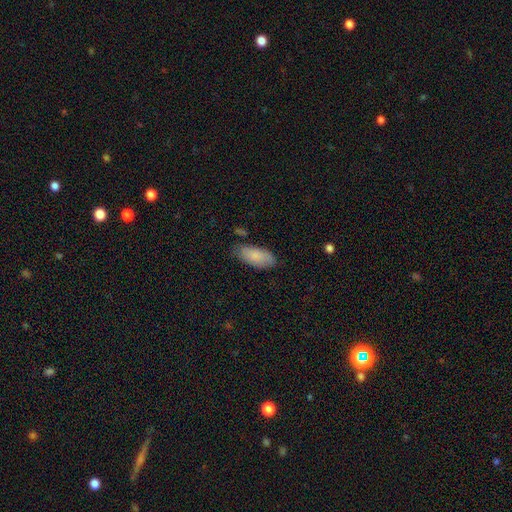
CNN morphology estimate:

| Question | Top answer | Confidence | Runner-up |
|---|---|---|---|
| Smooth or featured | smooth | 83% | featured or disk (11%) |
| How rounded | in between | 89% | cigar-shaped (10%) |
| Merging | none | 74% | minor disturbance (20%) |